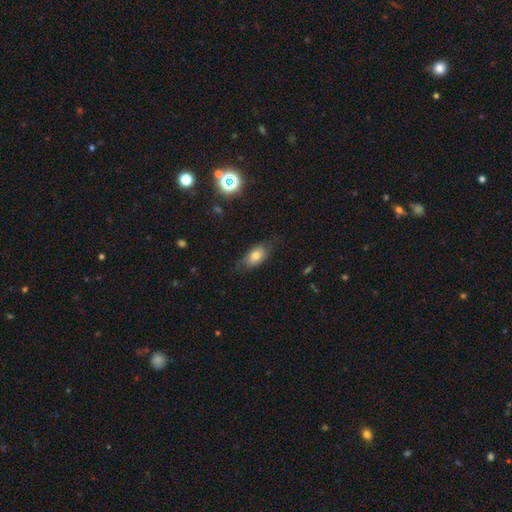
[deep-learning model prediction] This is likely a smooth galaxy (70%). How rounded: clearly in between (87%). Merging: likely none (67%).